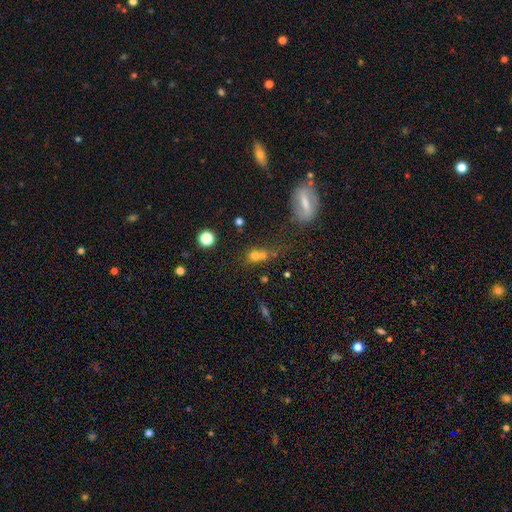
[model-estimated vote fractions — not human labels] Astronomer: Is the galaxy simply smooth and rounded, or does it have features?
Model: smooth — 65%.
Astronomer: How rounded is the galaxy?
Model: round — 77%.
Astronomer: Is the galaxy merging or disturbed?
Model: merger — 47% (runner-up: none, 38%).